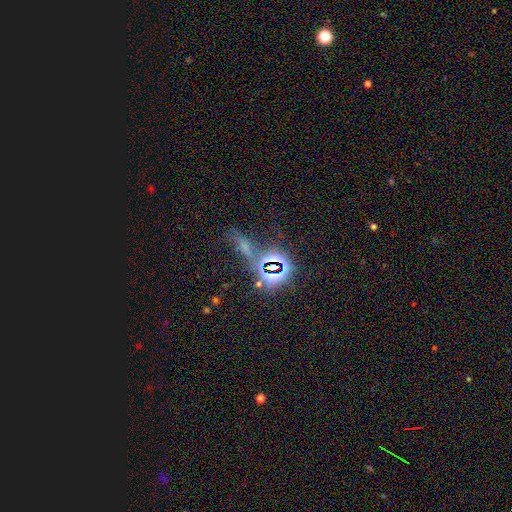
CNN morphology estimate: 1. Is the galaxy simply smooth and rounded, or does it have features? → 69% star or artifact, 17% smooth, 13% featured or disk.